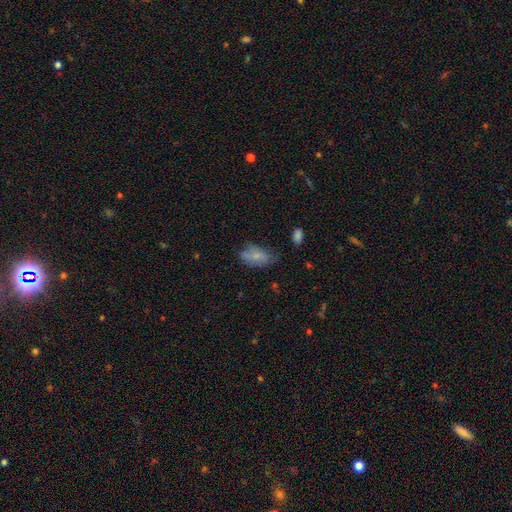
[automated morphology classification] smooth 73%, featured or disk 18%, star or artifact 9%. Down the decision tree: how rounded — in between (91%); merging — none (53%).